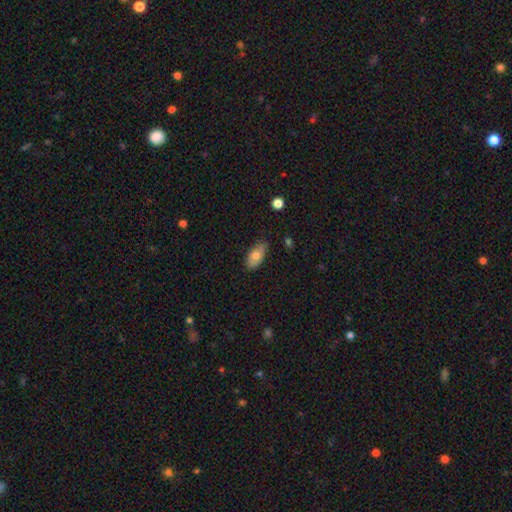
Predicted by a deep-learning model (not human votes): A smooth galaxy with no disk features (77%) that is in between round and cigar-shaped (91%). Merging: none (74%).